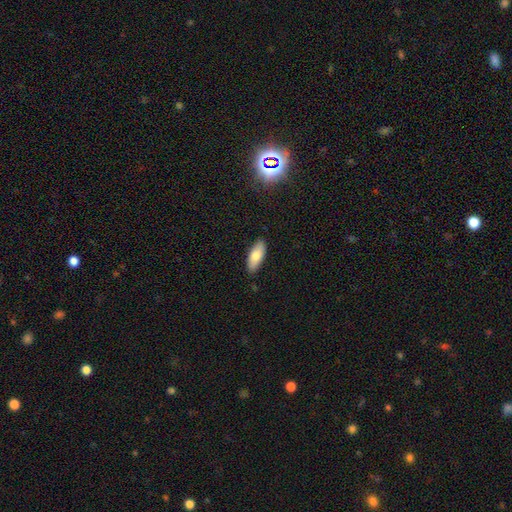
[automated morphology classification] A smooth galaxy with no disk features (78%) that is in between round and cigar-shaped (79%). Merging: none (88%).